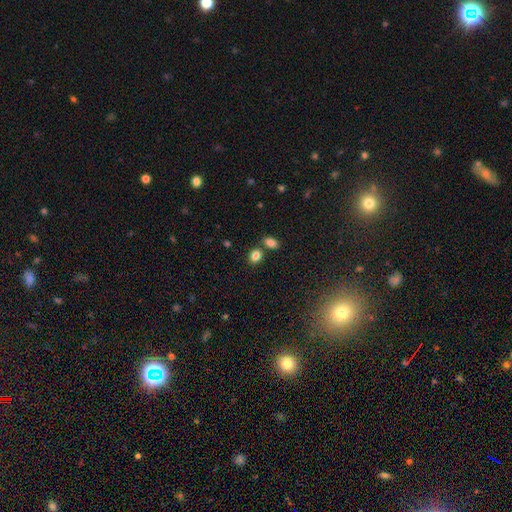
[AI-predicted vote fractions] Overall: smooth (83%). How rounded: in between (54%; round 45%). Merging: none (67%).